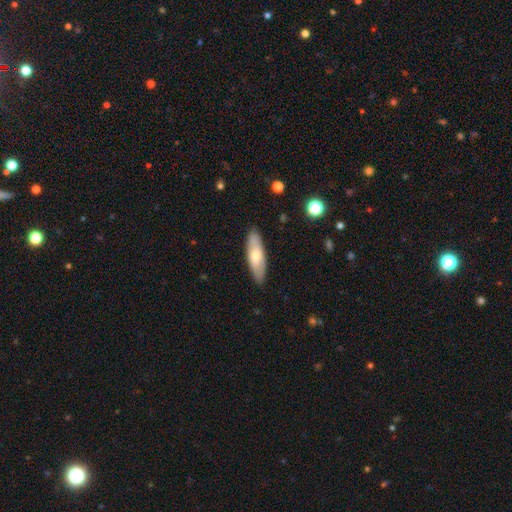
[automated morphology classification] Smooth or featured? smooth (59%)
How rounded? cigar-shaped (52%)
Merging? none (87%)